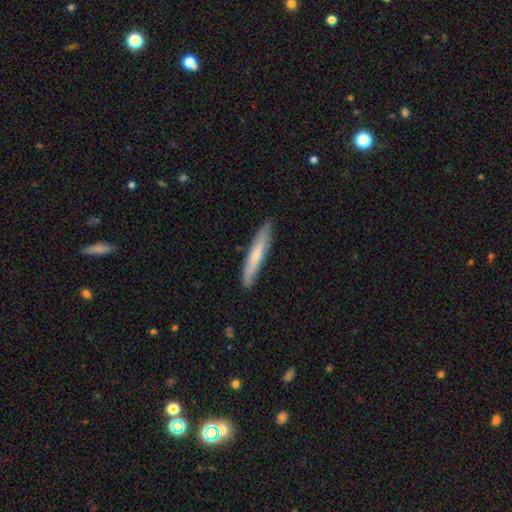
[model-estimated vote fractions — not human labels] smooth-or-featured: smooth: 63% | featured or disk: 31% | star or artifact: 5%
  how-rounded: cigar-shaped: 92% | in between: 6% | round: 1%
  merging: none: 85% | minor disturbance: 12% | major disturbance: 2% | merger: 1%